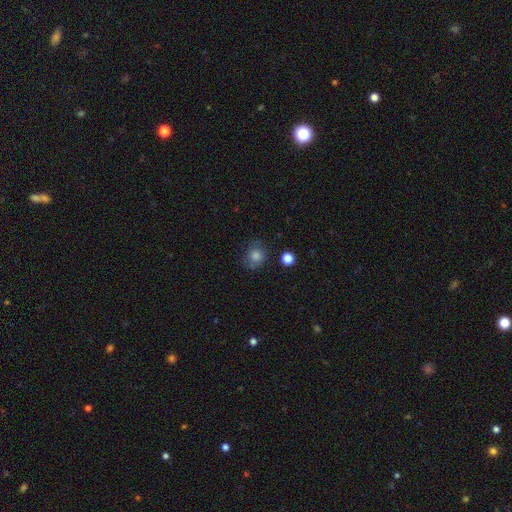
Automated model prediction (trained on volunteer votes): This appears to be a smooth galaxy with no disk features (77%) that is round (79%). Merging: none (75%).